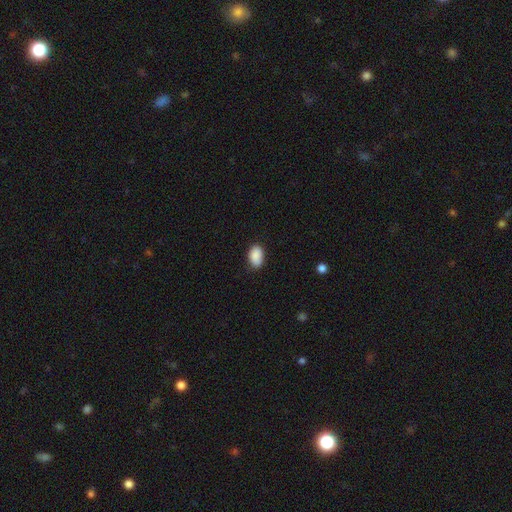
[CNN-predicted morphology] smooth_or_featured: smooth (p=0.89) [alt: star or artifact p=0.07]
how_rounded: in between (p=0.89) [alt: round p=0.10]
merging: none (p=0.77) [alt: minor disturbance p=0.18]